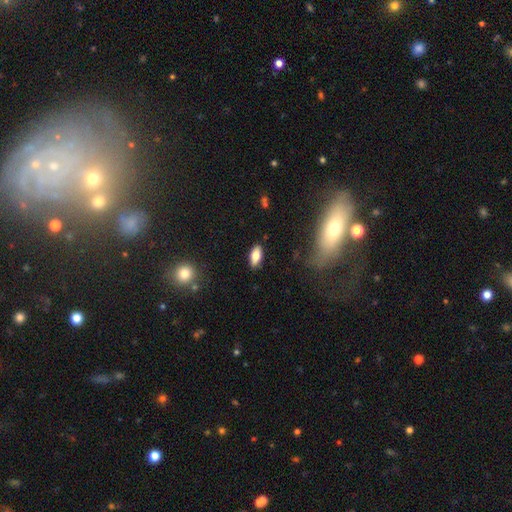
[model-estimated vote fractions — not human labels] A smooth galaxy with no disk features (72%) that is in between round and cigar-shaped (82%). Merging: none (86%).